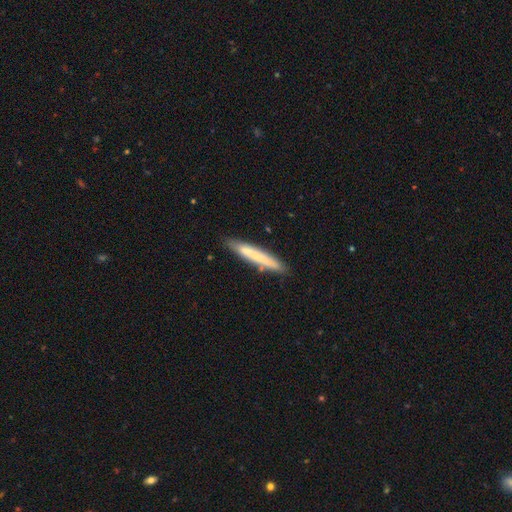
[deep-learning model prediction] Smooth or featured?
  - smooth: 68% *
  - featured or disk: 26%
  - star or artifact: 6%
How rounded?
  - cigar-shaped: 95% *
  - in between: 4%
  - round: 1%
Merging?
  - none: 84% *
  - minor disturbance: 11%
  - merger: 3%
  - major disturbance: 2%